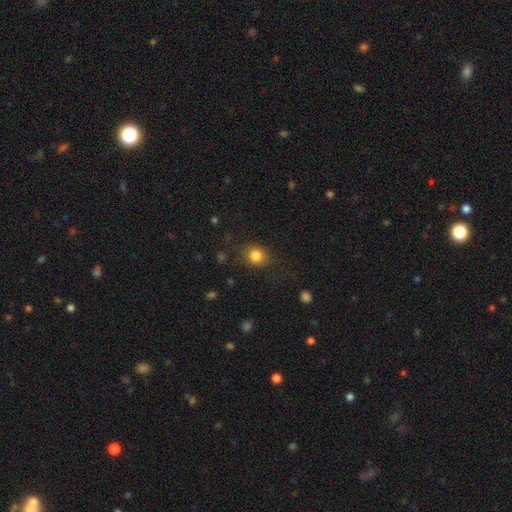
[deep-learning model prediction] Overall: smooth (83%). How rounded: round (75%). Merging: none (78%).